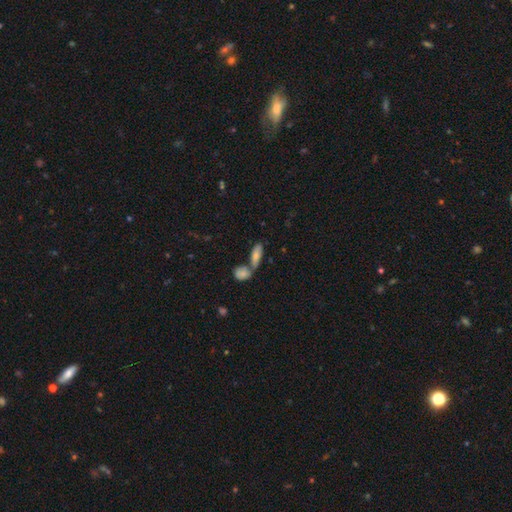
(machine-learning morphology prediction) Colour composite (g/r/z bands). It shows a smooth galaxy with no disk features (62%) that is in between round and cigar-shaped (61%). Merging: none (45%).